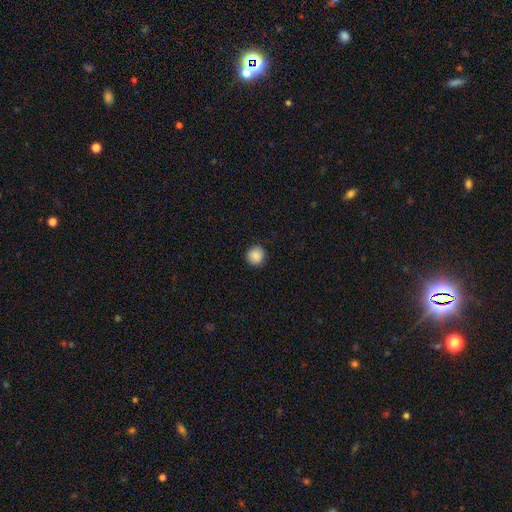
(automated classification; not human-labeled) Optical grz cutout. It shows a smooth galaxy with no disk features (88%) that is round (93%). Merging: none (90%).